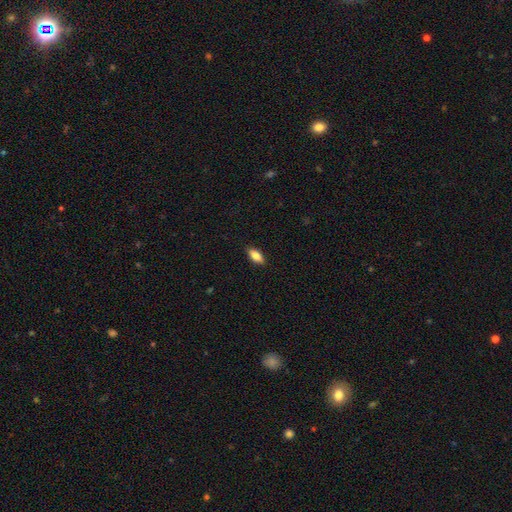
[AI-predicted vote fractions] This is clearly a smooth galaxy (81%). How rounded: clearly in between (83%). Merging: clearly none (88%).